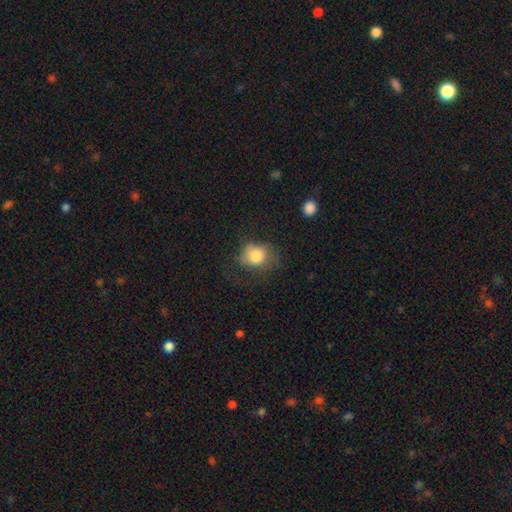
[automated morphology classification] The model was most divided on "merging": none: 46%, minor disturbance: 28%, major disturbance: 24%, merger: 2%. More confident: smooth or featured — smooth (79%); how rounded — round (61%).